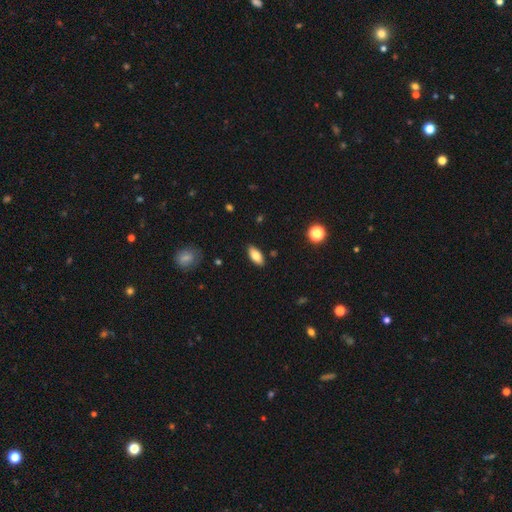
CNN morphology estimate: Q: Smooth or featured?
A: smooth (79%); runner-up: featured or disk (14%)
Q: How rounded?
A: in between (88%); runner-up: cigar-shaped (10%)
Q: Merging?
A: none (88%); runner-up: minor disturbance (9%)